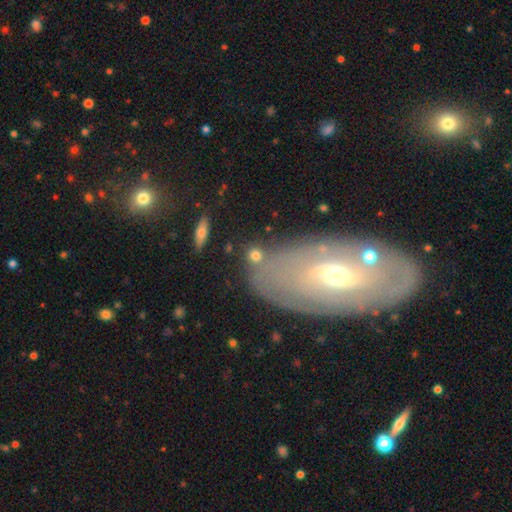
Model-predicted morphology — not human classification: This appears to be a smooth galaxy with no disk features (75%) that is round (79%). Merging: none (70%).